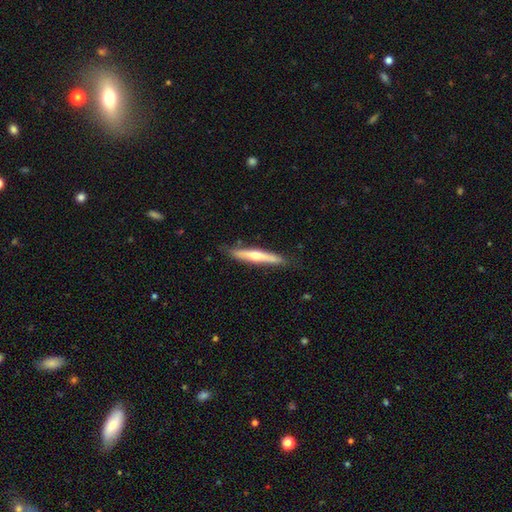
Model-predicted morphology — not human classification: The model was most divided on "smooth or featured": featured or disk: 52%, smooth: 43%, star or artifact: 5%. More confident: edge-on disk — yes (93%); merging — none (83%).